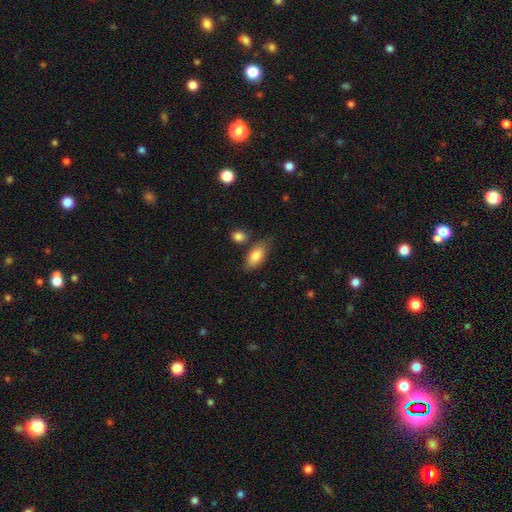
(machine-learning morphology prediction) A smooth galaxy with no disk features (81%) that is in between round and cigar-shaped (88%). Merging: none (67%).